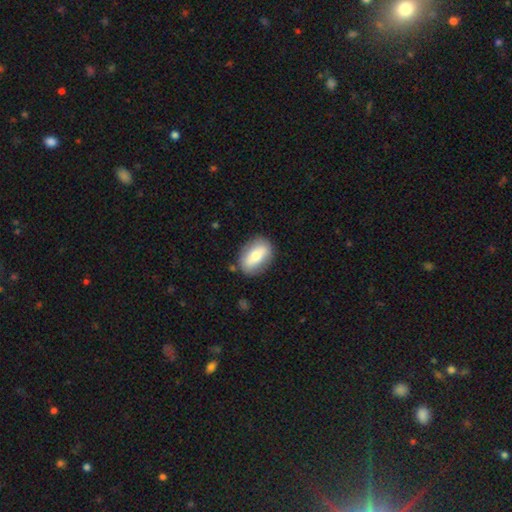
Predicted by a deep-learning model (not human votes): smooth-or-featured: smooth: 66% | featured or disk: 27% | star or artifact: 7%
  how-rounded: in between: 84% | round: 12% | cigar-shaped: 4%
  merging: none: 82% | minor disturbance: 12% | major disturbance: 4% | merger: 2%